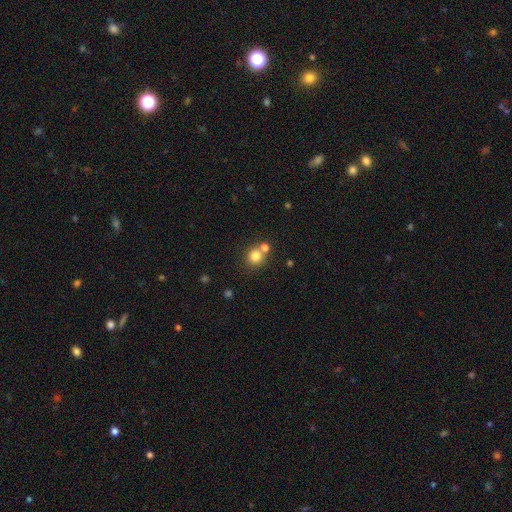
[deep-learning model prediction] Smooth or featured: smooth — 81% (star or artifact — 12%)
How rounded: round — 87% (in between — 12%)
Merging: none — 59% (merger — 31%)